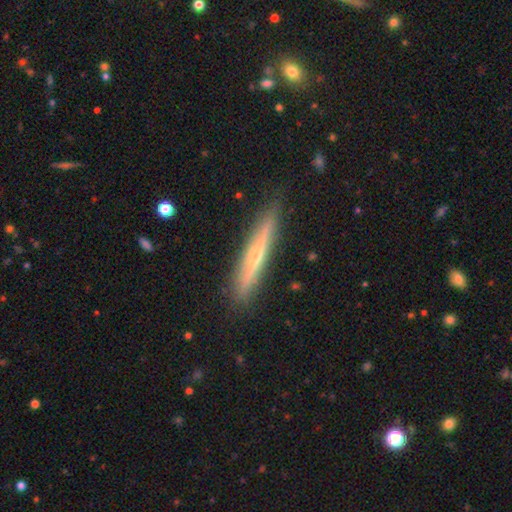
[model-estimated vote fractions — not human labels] Overall: featured or disk (67%). Edge-on disk: yes (96%). Edge-on bulge: rounded (63%; none 32%). Merging: none (88%).